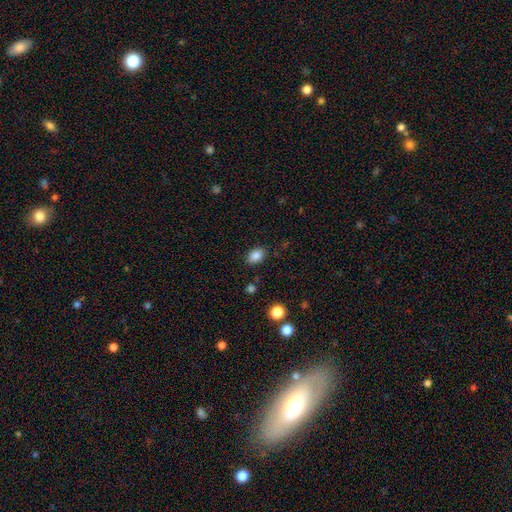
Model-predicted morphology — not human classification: This appears to be a smooth galaxy with no disk features (85%) that is in between round and cigar-shaped (76%). Merging: none (84%).